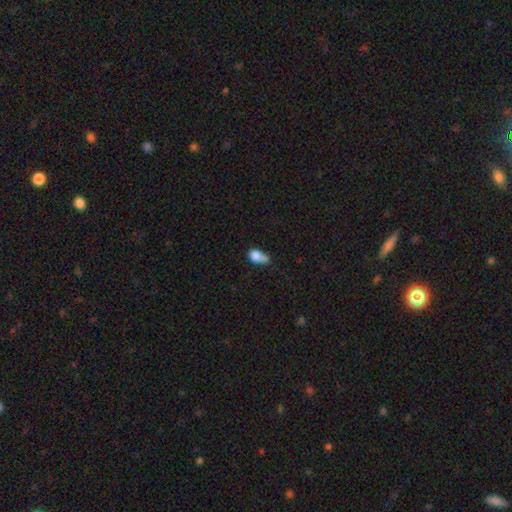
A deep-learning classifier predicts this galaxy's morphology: A smooth galaxy with no disk features (77%) that is in between round and cigar-shaped (60%).

Vote fractions:
- Smooth or featured? smooth: 77% / featured or disk: 13% / star or artifact: 10%
- How rounded? in between: 60% / round: 37% / cigar-shaped: 3%
- Merging? merger: 38% / none: 27% / minor disturbance: 24% / major disturbance: 12%